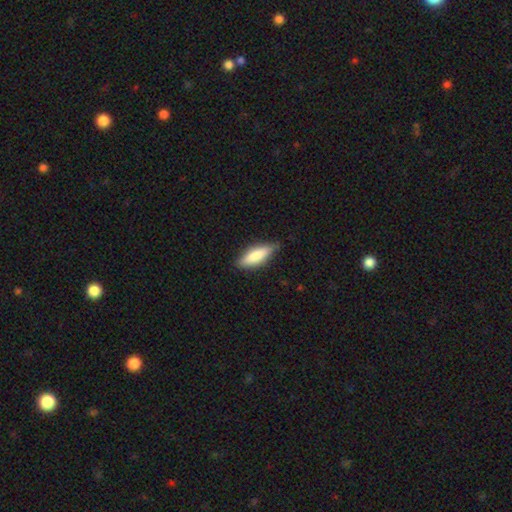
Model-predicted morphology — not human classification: Smooth or featured?
  - smooth: 72% *
  - featured or disk: 22%
  - star or artifact: 6%
How rounded?
  - cigar-shaped: 50% *
  - in between: 48%
  - round: 2%
Merging?
  - none: 80% *
  - minor disturbance: 16%
  - major disturbance: 3%
  - merger: 1%